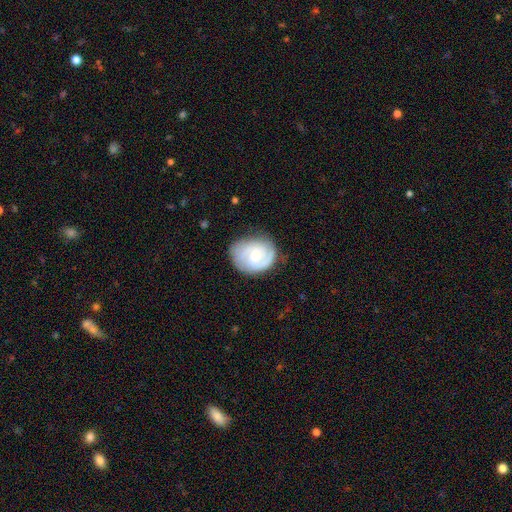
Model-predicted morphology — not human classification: A featured or disk galaxy (74%) with no bar (62%), 2 (57%) tight (54%) spiral arms (93%) and a moderate central bulge (49%).

Vote fractions:
- Smooth or featured? featured or disk: 74% / smooth: 21% / star or artifact: 5%
- Edge-on disk? no: 98% / yes: 2%
- Bar? no: 62% / weak: 34% / strong: 5%
- Spiral arms? yes: 93% / no: 7%
- Spiral winding? tight: 54% / medium: 36% / loose: 10%
- Spiral arm count? 2: 57% / can't tell: 18% / 3: 13% / 1: 7% / 4: 3% / more than 4: 2%
- Bulge size? moderate: 49% / small: 46% / large: 3% / none: 2% / dominant: 1%
- Merging? none: 74% / minor disturbance: 19% / major disturbance: 6% / merger: 1%